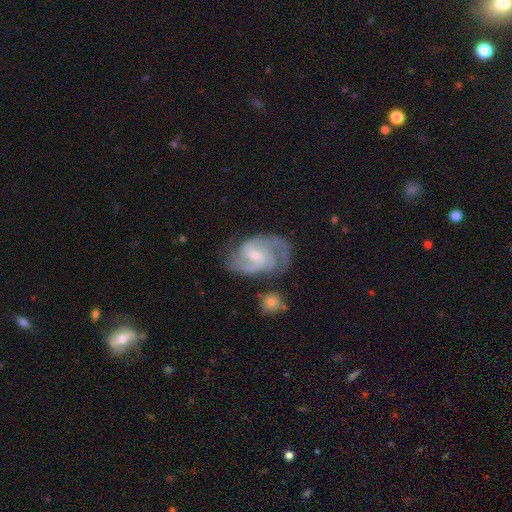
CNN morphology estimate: This appears to be a featured or disk galaxy (89%) with a weak bar (52%), 2 (56%) medium (54%) spiral arms (98%) and a small central bulge (60%). Merging: none (67%).